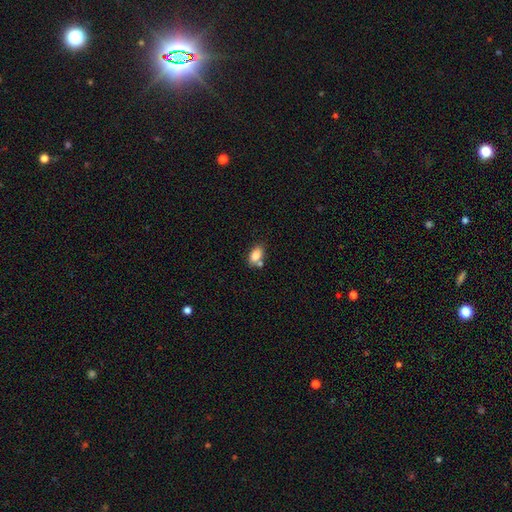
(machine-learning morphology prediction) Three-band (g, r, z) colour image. It shows a smooth galaxy with no disk features (84%) that is in between round and cigar-shaped (88%). Merging: none (59%).